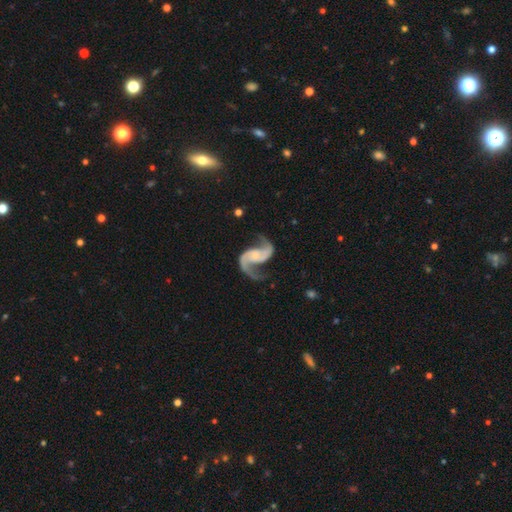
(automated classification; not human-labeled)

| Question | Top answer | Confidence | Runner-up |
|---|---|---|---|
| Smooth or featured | featured or disk | 93% | star or artifact (4%) |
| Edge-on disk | no | 98% | yes (2%) |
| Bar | no | 50% | weak (34%) |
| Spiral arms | yes | 98% | no (2%) |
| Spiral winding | loose | 64% | medium (31%) |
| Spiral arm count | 2 | 94% | 1 (2%) |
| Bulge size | none | 42% | small (39%) |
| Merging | none | 73% | minor disturbance (14%) |